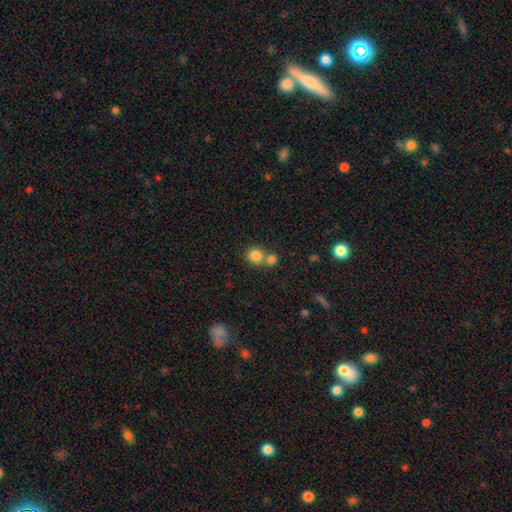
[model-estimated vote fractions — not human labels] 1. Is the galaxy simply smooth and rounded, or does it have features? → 83% smooth, 11% star or artifact, 7% featured or disk.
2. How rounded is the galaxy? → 86% round, 13% in between, 1% cigar-shaped.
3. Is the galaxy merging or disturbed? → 50% none, 41% merger, 7% minor disturbance, 3% major disturbance.